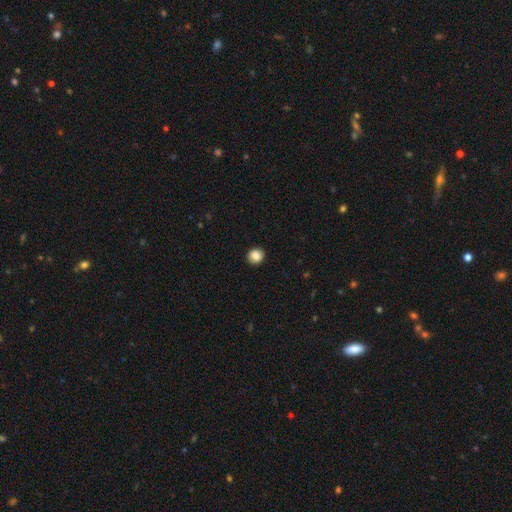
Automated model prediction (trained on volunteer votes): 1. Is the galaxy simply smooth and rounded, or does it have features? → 85% smooth, 9% star or artifact, 5% featured or disk.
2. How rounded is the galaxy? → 85% round, 14% in between, 1% cigar-shaped.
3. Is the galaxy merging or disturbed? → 88% none, 9% minor disturbance, 2% major disturbance, 1% merger.